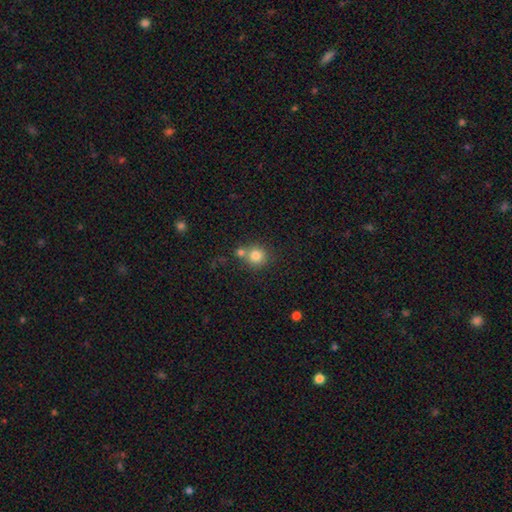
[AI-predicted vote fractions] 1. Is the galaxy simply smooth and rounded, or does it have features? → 82% smooth, 11% star or artifact, 7% featured or disk.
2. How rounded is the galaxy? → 91% round, 8% in between, 1% cigar-shaped.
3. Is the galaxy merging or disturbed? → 59% none, 29% merger, 9% minor disturbance, 3% major disturbance.